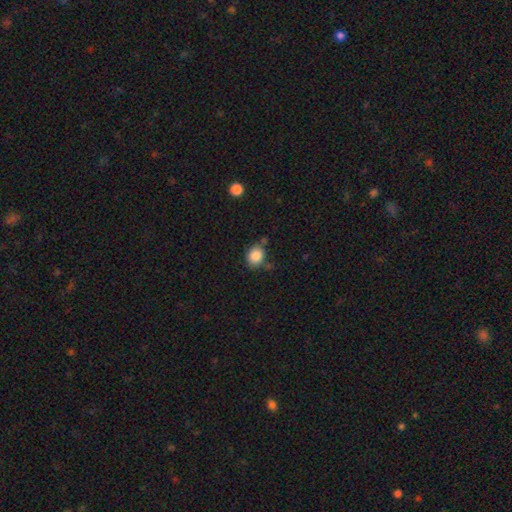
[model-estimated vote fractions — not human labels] Smooth or featured: smooth — 86% (star or artifact — 9%)
How rounded: round — 55% (in between — 44%)
Merging: none — 67% (minor disturbance — 20%)